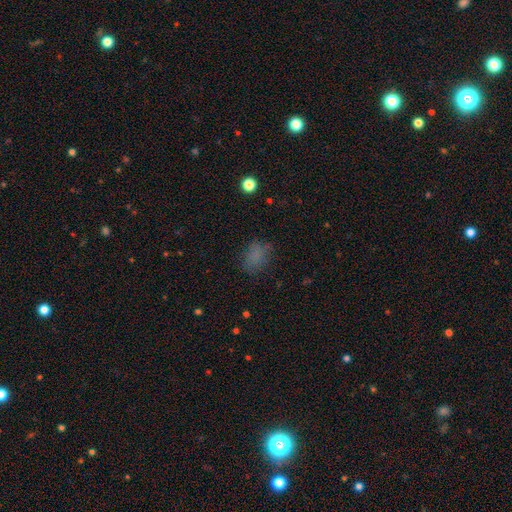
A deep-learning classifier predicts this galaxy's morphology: Smooth or featured?
  - smooth: 73% *
  - star or artifact: 16%
  - featured or disk: 10%
How rounded?
  - in between: 69% *
  - round: 30%
  - cigar-shaped: 2%
Merging?
  - none: 68% *
  - minor disturbance: 20%
  - major disturbance: 10%
  - merger: 2%